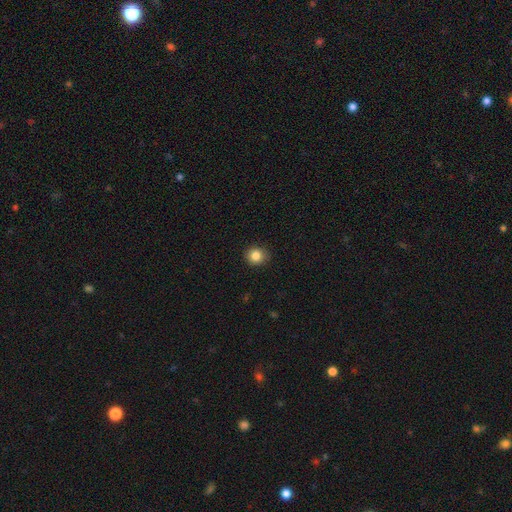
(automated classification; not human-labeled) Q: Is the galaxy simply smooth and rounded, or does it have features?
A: smooth — 84%.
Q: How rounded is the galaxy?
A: round — 86%.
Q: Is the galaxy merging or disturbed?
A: none — 89%.